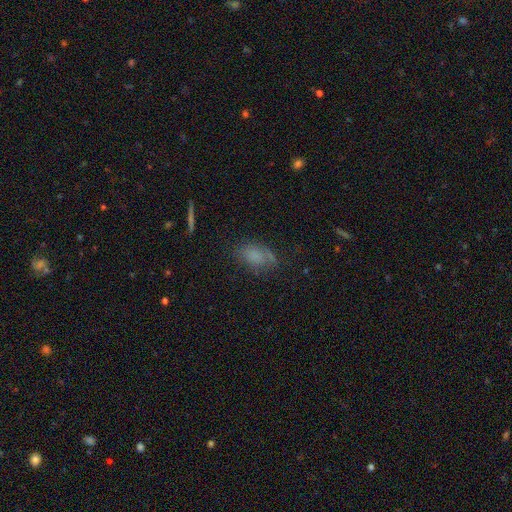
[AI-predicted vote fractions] A smooth galaxy with no disk features (71%) that is in between round and cigar-shaped (85%).

Vote fractions:
- Smooth or featured? smooth: 71% / star or artifact: 15% / featured or disk: 14%
- How rounded? in between: 85% / round: 11% / cigar-shaped: 4%
- Merging? none: 61% / minor disturbance: 24% / major disturbance: 11% / merger: 4%